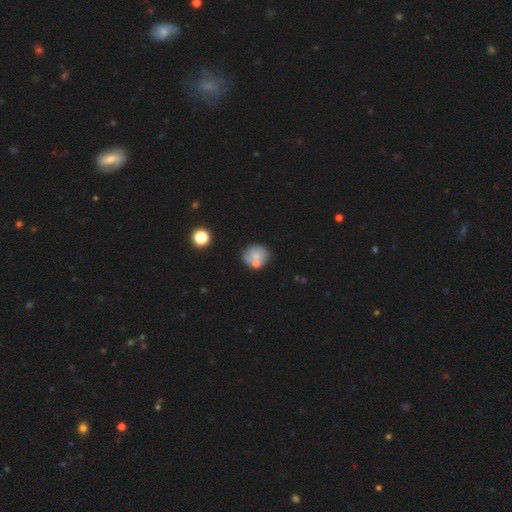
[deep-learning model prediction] Smooth or featured: smooth — 61% (featured or disk — 27%)
How rounded: round — 77% (in between — 22%)
Merging: none — 57% (merger — 19%)